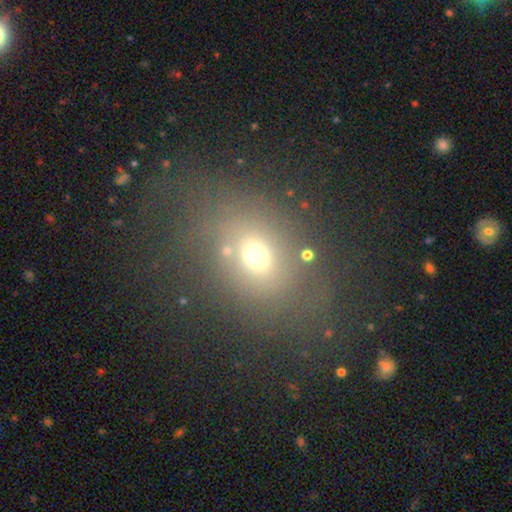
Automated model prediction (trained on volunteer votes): Overall: smooth (65%). How rounded: round (53%; in between 45%). Merging: none (69%).